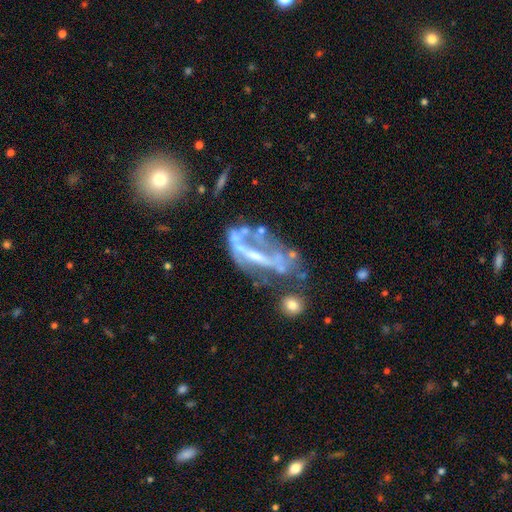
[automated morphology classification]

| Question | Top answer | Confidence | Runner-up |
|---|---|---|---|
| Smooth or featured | featured or disk | 76% | smooth (13%) |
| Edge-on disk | no | 88% | yes (12%) |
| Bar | strong | 38% | no (35%) |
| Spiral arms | no | 61% | yes (39%) |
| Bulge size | small | 39% | moderate (31%) |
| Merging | major disturbance | 33% | none (30%) |